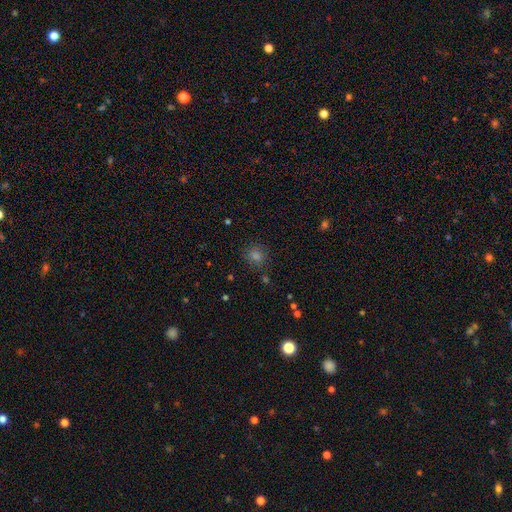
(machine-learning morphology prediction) A smooth galaxy with no disk features (68%) that is round (87%). Merging: none (87%).